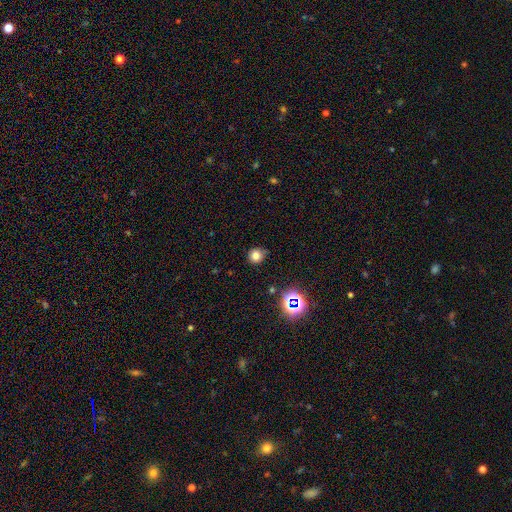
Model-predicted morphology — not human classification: This appears to be a smooth galaxy with no disk features (75%) that is round (88%). Merging: none (78%).